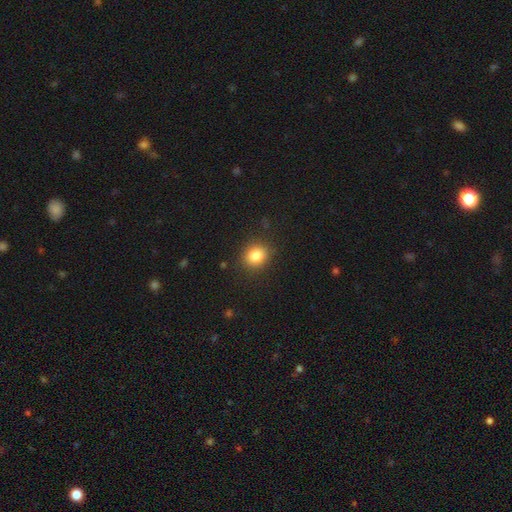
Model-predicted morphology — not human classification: Smooth or featured?
  - smooth: 84% *
  - star or artifact: 11%
  - featured or disk: 5%
How rounded?
  - round: 77% *
  - in between: 23%
  - cigar-shaped: 1%
Merging?
  - none: 88% *
  - minor disturbance: 9%
  - major disturbance: 3%
  - merger: 1%